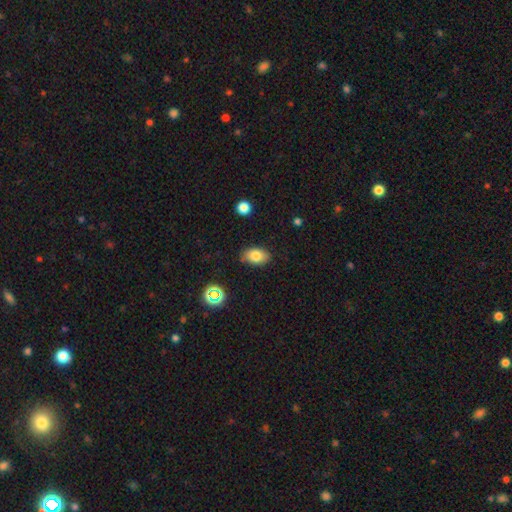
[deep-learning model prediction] smooth-or-featured: smooth: 79% | featured or disk: 11% | star or artifact: 10%
  how-rounded: in between: 87% | round: 11% | cigar-shaped: 2%
  merging: none: 81% | minor disturbance: 15% | major disturbance: 3% | merger: 2%